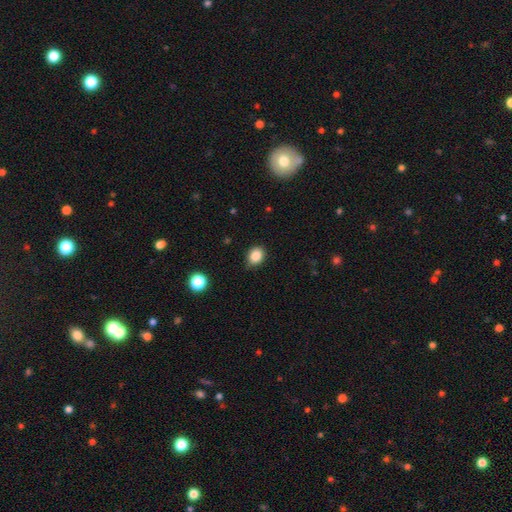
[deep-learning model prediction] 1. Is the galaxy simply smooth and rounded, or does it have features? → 85% smooth, 11% star or artifact, 4% featured or disk.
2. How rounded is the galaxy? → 57% round, 42% in between, 1% cigar-shaped.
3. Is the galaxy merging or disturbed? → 79% none, 17% minor disturbance, 3% major disturbance, 1% merger.